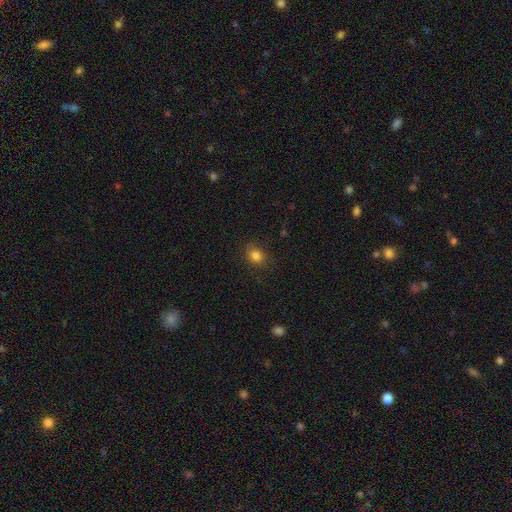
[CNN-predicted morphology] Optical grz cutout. It shows a smooth galaxy with no disk features (83%) that is round (65%). Merging: none (85%).